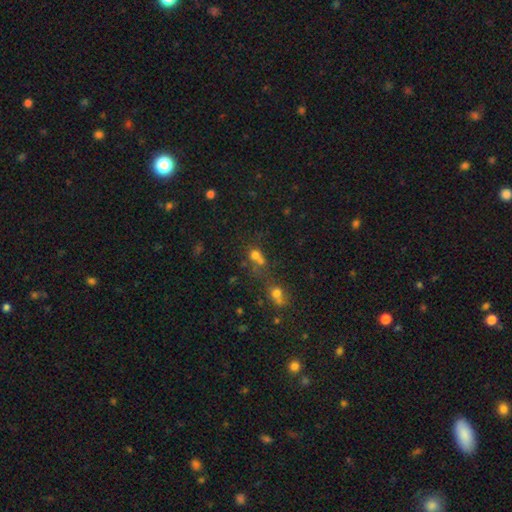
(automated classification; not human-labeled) Smooth or featured?
  - smooth: 66% *
  - star or artifact: 22%
  - featured or disk: 12%
How rounded?
  - round: 76% *
  - in between: 23%
  - cigar-shaped: 2%
Merging?
  - merger: 47% *
  - none: 37%
  - minor disturbance: 9%
  - major disturbance: 7%